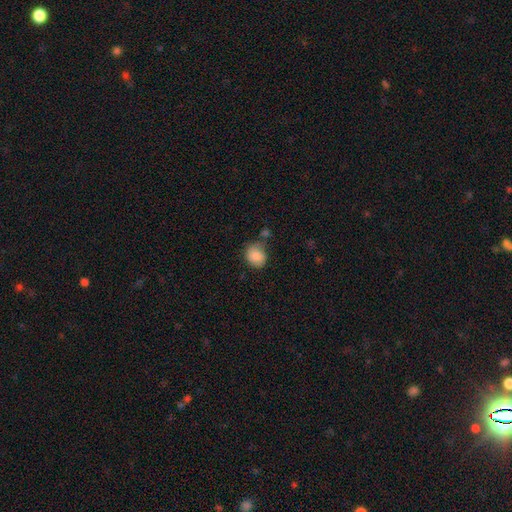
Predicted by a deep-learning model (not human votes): This is clearly a smooth galaxy (87%). How rounded: likely round (64%). Merging: likely none (63%).